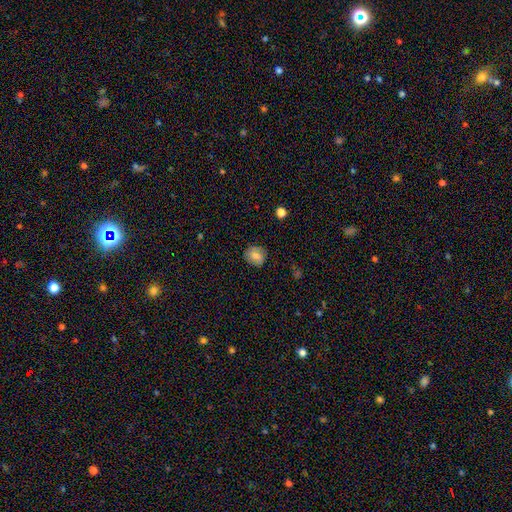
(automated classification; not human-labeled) A smooth galaxy with no disk features (75%) that is round (74%).

Vote fractions:
- Smooth or featured? smooth: 75% / featured or disk: 16% / star or artifact: 9%
- How rounded? round: 74% / in between: 25% / cigar-shaped: 1%
- Merging? none: 80% / minor disturbance: 16% / major disturbance: 4% / merger: 1%